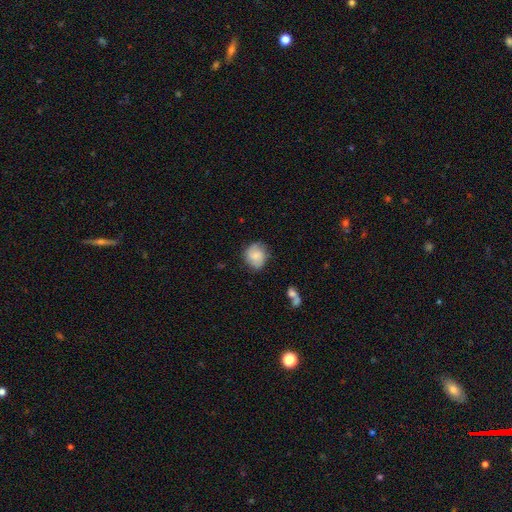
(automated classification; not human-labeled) A smooth galaxy with no disk features (69%) that is round (67%).

Vote fractions:
- Smooth or featured? smooth: 69% / featured or disk: 23% / star or artifact: 8%
- How rounded? round: 67% / in between: 32% / cigar-shaped: 1%
- Merging? none: 71% / minor disturbance: 22% / major disturbance: 5% / merger: 2%